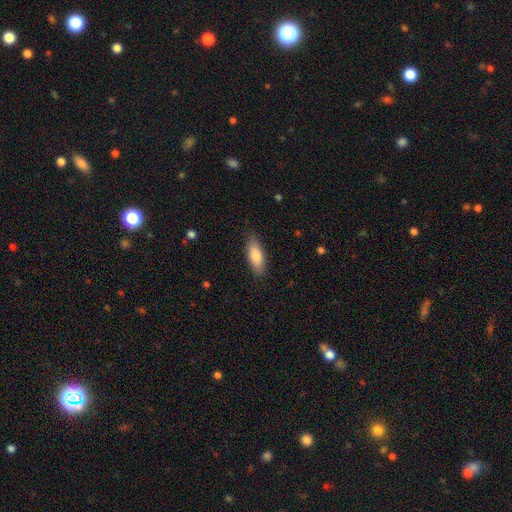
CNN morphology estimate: smooth-or-featured: smooth: 82% | featured or disk: 12% | star or artifact: 6%
  how-rounded: in between: 68% | cigar-shaped: 30% | round: 2%
  merging: none: 85% | minor disturbance: 11% | major disturbance: 2% | merger: 1%